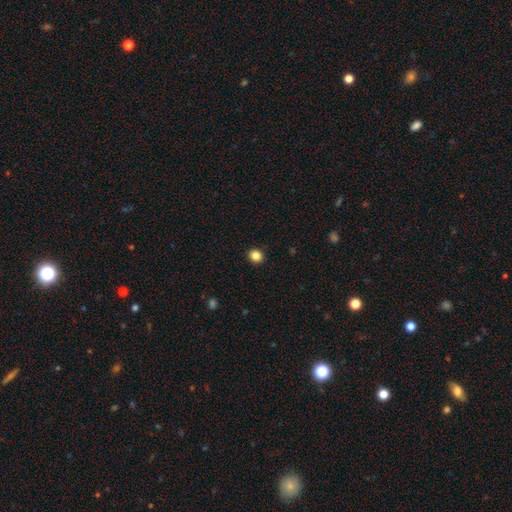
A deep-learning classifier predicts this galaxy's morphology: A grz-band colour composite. It shows a smooth galaxy with no disk features (85%) that is round (87%). Merging: none (93%).